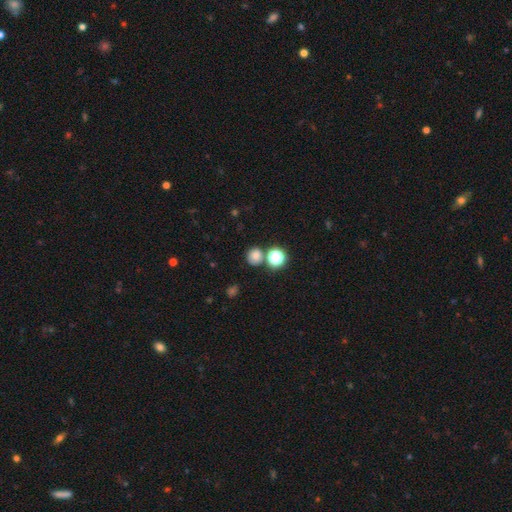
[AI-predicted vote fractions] A smooth galaxy with no disk features (74%) that is round (84%). Merging: none (72%).